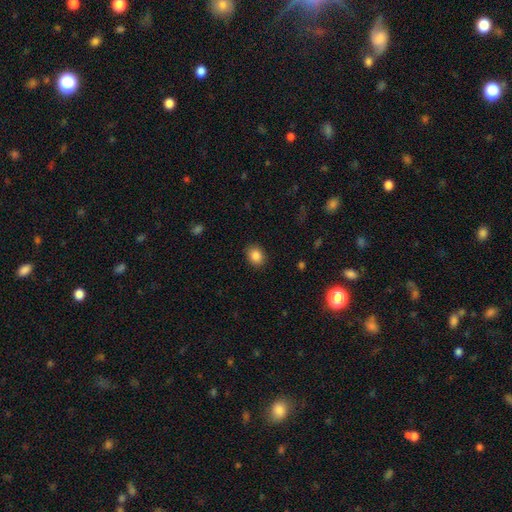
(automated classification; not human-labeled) Smooth or featured: smooth — 86% (star or artifact — 10%)
How rounded: round — 50% (tied with in between — 50%)
Merging: none — 88% (minor disturbance — 8%)